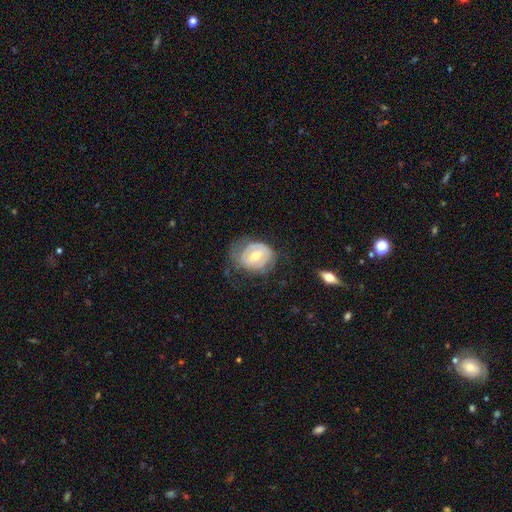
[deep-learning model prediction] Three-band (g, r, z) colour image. It shows a featured or disk galaxy (63%) with a weak bar (49%), spiral arms (61%) and a moderate central bulge (66%). Merging: none (54%).